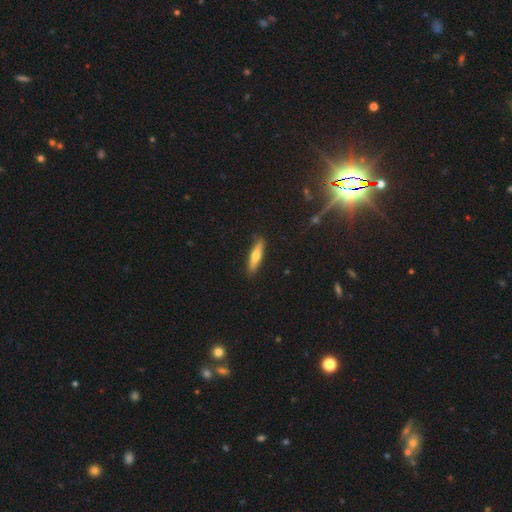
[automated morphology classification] type=smooth (58%); roundness=cigar-shaped (77%); merging=none (89%).